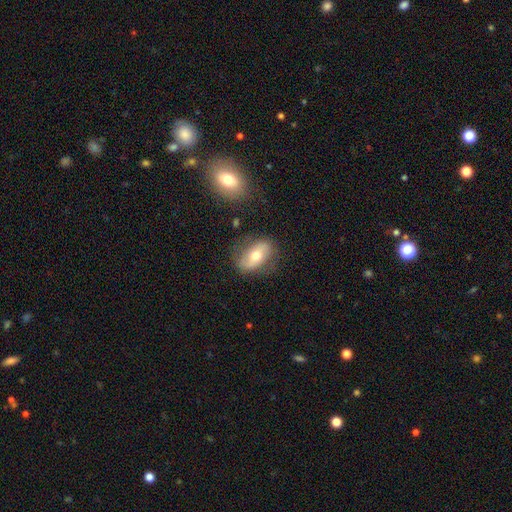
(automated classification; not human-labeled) Smooth or featured? Predicted: smooth (p=0.48). Merging? Predicted: none (p=0.72).